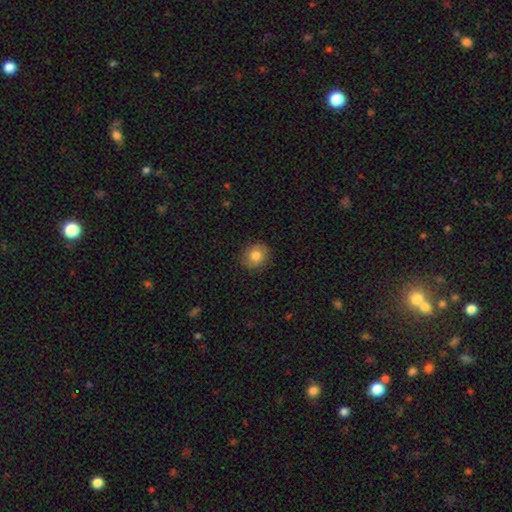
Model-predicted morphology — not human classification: A smooth galaxy with no disk features (81%) that is round (77%).

Vote fractions:
- Smooth or featured? smooth: 81% / featured or disk: 10% / star or artifact: 9%
- How rounded? round: 77% / in between: 23% / cigar-shaped: 1%
- Merging? none: 85% / minor disturbance: 11% / major disturbance: 3% / merger: 1%